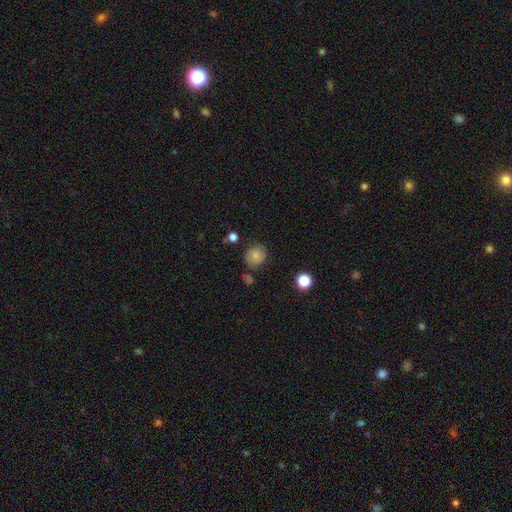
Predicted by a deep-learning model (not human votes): A smooth galaxy with no disk features (72%) that is round (77%). Merging: none (75%).